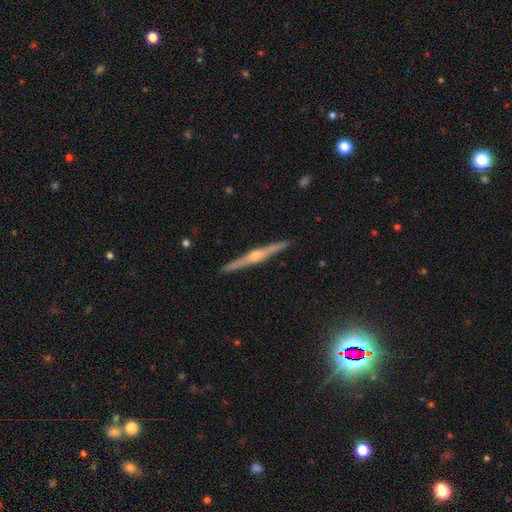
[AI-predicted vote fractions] Smooth or featured? Predicted: featured or disk (p=0.81). Edge-on disk? Predicted: yes (p=0.98). Edge-on bulge? Predicted: rounded (p=0.90). Merging? Predicted: none (p=0.92).